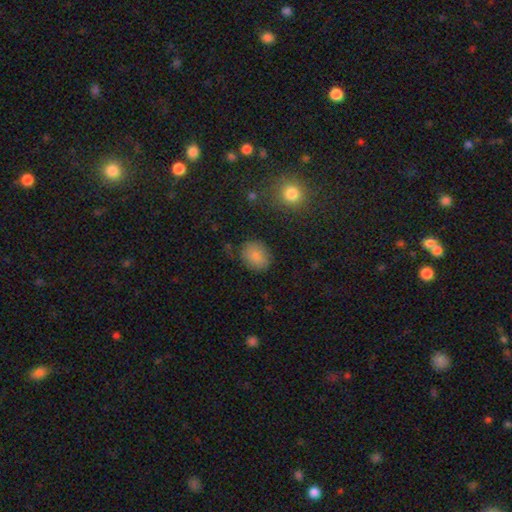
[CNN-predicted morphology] Smooth or featured: smooth — 84% (star or artifact — 9%)
How rounded: in between — 54% (round — 45%)
Merging: none — 78% (minor disturbance — 16%)